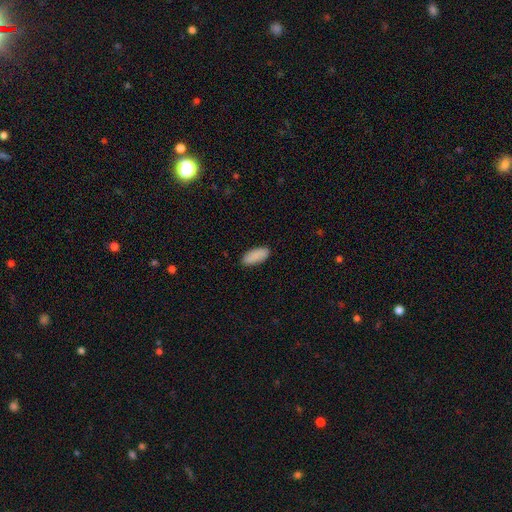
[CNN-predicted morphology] Smooth or featured? smooth (90%)
How rounded? in between (88%)
Merging? none (88%)